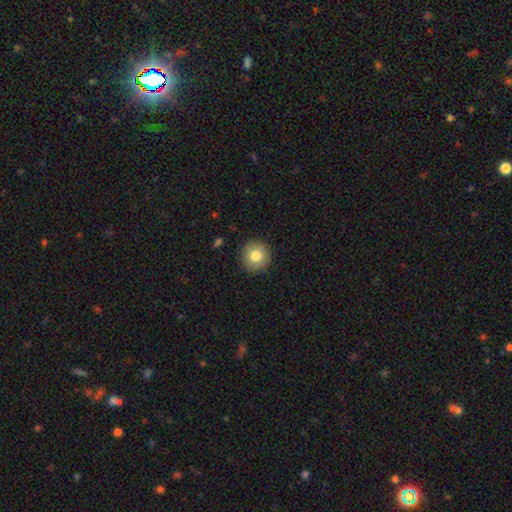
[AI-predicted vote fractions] smooth_or_featured: smooth (p=0.80) [alt: featured or disk p=0.11]
how_rounded: round (p=0.95) [alt: in between p=0.04]
merging: none (p=0.91) [alt: minor disturbance p=0.06]